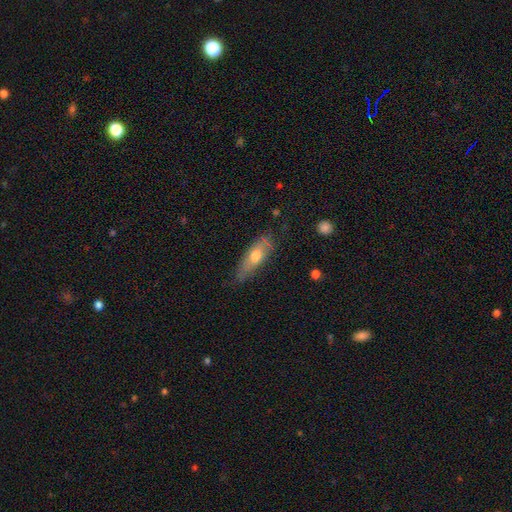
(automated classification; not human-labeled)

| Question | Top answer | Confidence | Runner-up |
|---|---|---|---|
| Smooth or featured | smooth | 61% | featured or disk (33%) |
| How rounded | in between | 53% | cigar-shaped (44%) |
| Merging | none | 64% | minor disturbance (27%) |